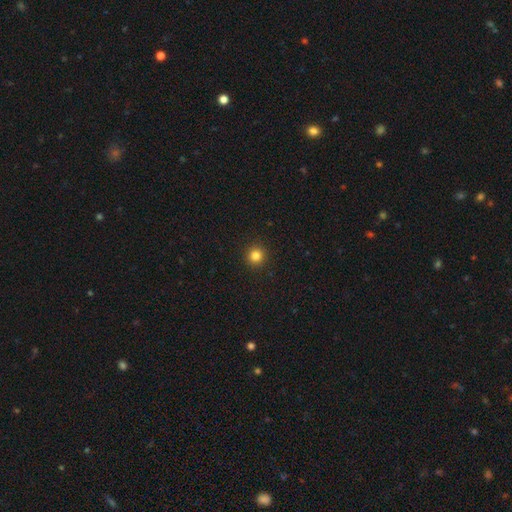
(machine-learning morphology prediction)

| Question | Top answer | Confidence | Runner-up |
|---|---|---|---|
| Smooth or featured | smooth | 82% | star or artifact (13%) |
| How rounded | round | 95% | in between (4%) |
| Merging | none | 93% | minor disturbance (4%) |